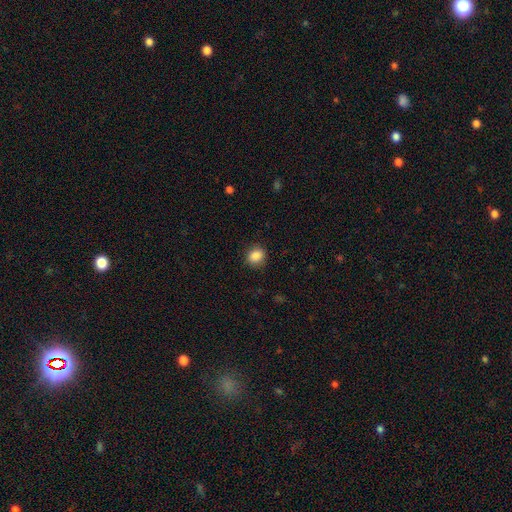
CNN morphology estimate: Smooth or featured? Predicted: smooth (p=0.87). How rounded? Predicted: round (p=0.71). Merging? Predicted: none (p=0.87).